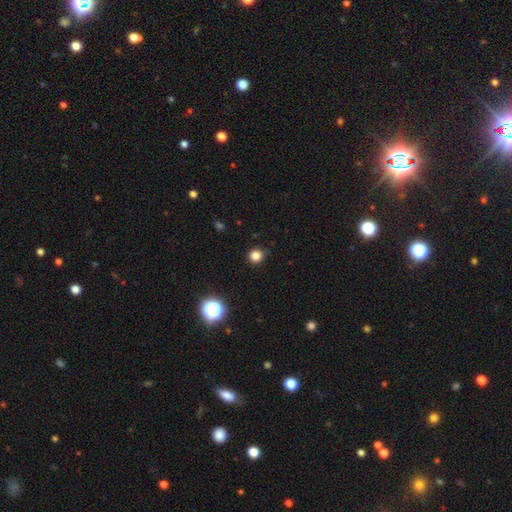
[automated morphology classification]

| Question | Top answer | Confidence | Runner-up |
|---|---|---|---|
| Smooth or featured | smooth | 82% | star or artifact (15%) |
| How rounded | round | 93% | in between (6%) |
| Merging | none | 89% | minor disturbance (8%) |